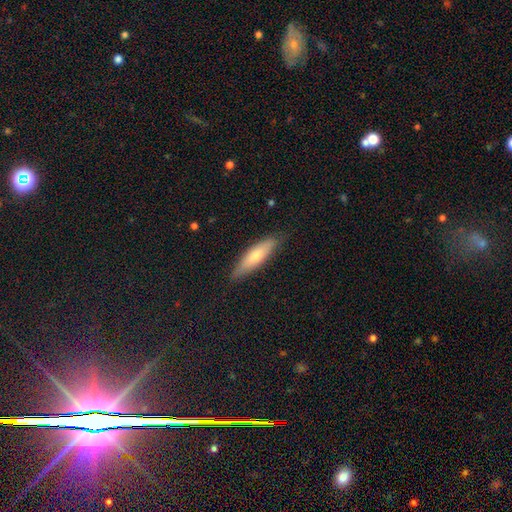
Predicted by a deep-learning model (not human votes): This is likely a smooth galaxy (63%). How rounded: likely cigar-shaped (67%). Merging: clearly none (85%).